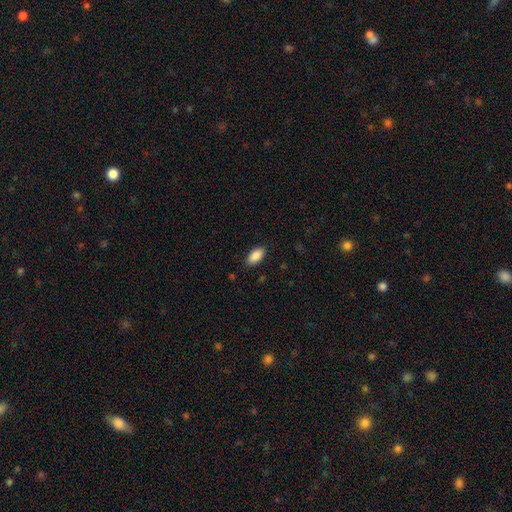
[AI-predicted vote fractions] Smooth or featured: smooth — 89% (star or artifact — 7%)
How rounded: in between — 93% (cigar-shaped — 4%)
Merging: none — 87% (minor disturbance — 10%)